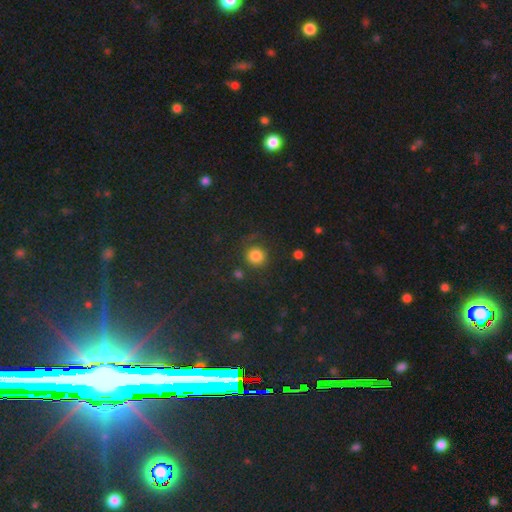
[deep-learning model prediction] The model was most divided on "merging": none: 79%, minor disturbance: 11%, major disturbance: 6%, merger: 4%. More confident: how rounded — round (91%); smooth or featured — smooth (81%).